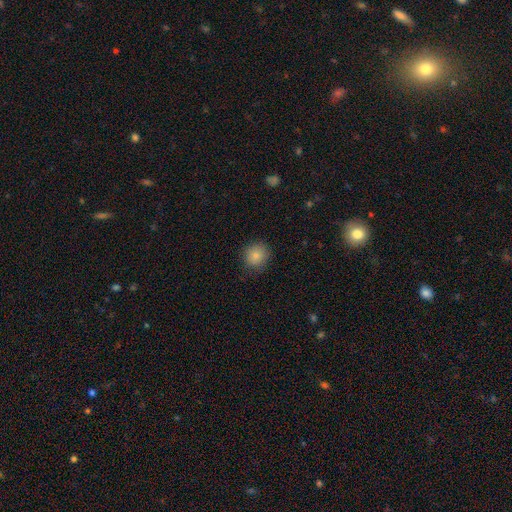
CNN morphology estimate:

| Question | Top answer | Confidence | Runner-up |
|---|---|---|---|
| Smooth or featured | smooth | 85% | star or artifact (10%) |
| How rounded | round | 87% | in between (12%) |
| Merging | none | 84% | minor disturbance (12%) |